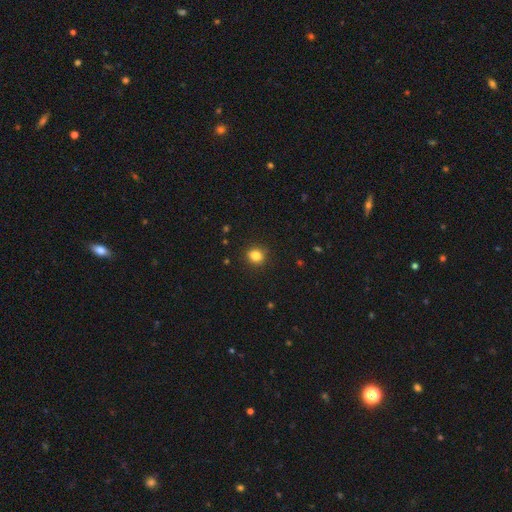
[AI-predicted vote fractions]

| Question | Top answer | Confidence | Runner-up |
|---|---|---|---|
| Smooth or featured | smooth | 84% | star or artifact (11%) |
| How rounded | round | 68% | in between (30%) |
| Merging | none | 89% | minor disturbance (7%) |